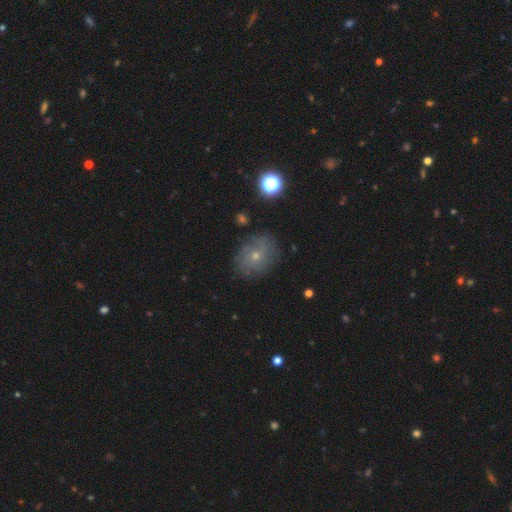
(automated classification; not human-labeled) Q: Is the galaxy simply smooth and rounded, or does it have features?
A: featured or disk — 48%.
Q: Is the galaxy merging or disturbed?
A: none — 75%.